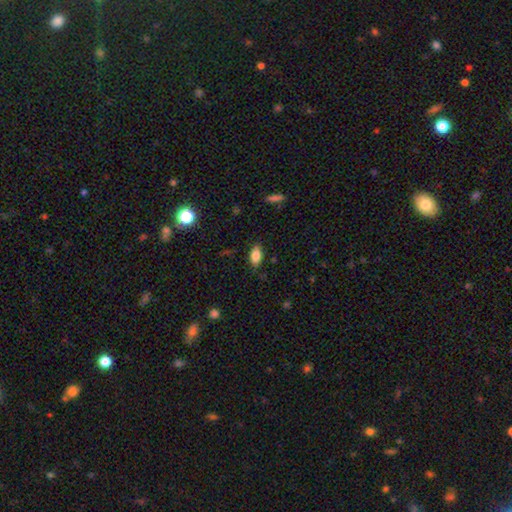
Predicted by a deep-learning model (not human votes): Morphology: type=smooth (80%); roundness=in between (88%); merging=none (83%).